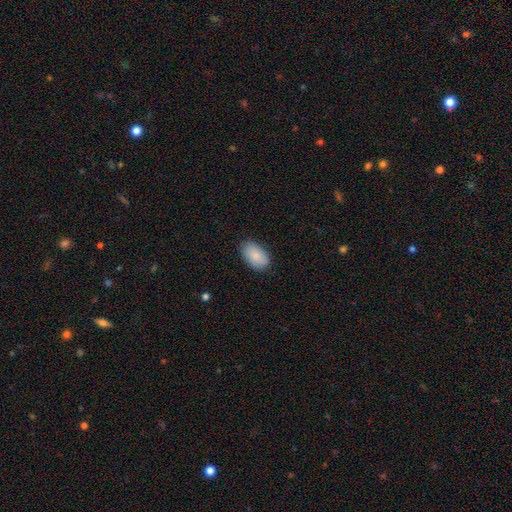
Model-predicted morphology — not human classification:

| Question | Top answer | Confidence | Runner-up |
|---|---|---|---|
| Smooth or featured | smooth | 85% | featured or disk (9%) |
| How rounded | in between | 93% | round (6%) |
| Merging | none | 83% | minor disturbance (14%) |